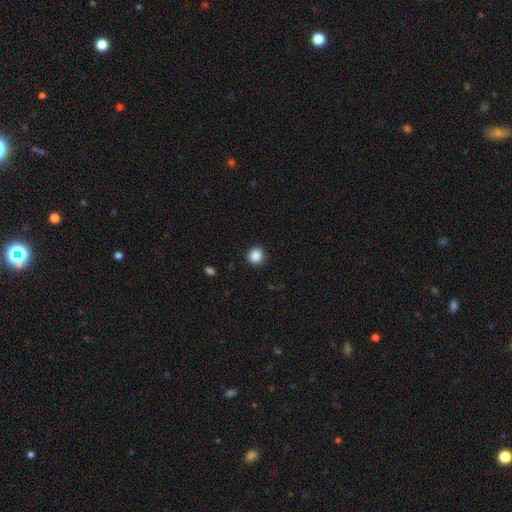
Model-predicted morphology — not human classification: Q: Smooth or featured?
A: smooth (87%); runner-up: star or artifact (10%)
Q: How rounded?
A: round (90%); runner-up: in between (9%)
Q: Merging?
A: none (90%); runner-up: minor disturbance (7%)